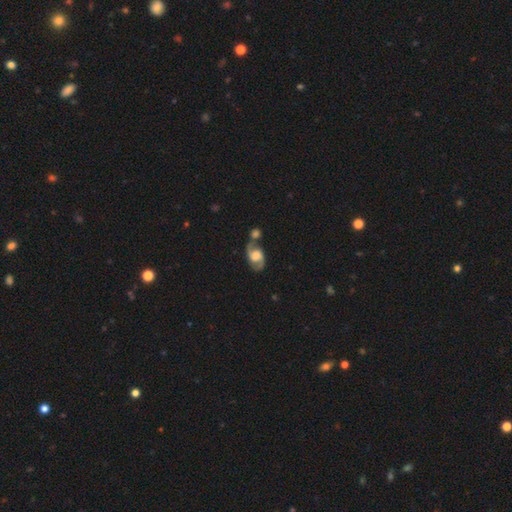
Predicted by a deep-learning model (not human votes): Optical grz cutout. It shows a featured or disk galaxy (78%) with no bar (54%), 2 (91%) medium (48%) spiral arms (93%) and a large central bulge (40%). Merging: none (45%).